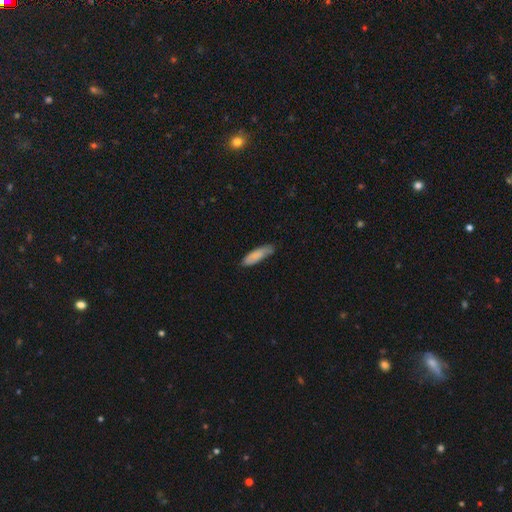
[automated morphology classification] Overall: smooth (78%). How rounded: cigar-shaped (51%; in between 47%). Merging: none (61%; minor disturbance 31%).